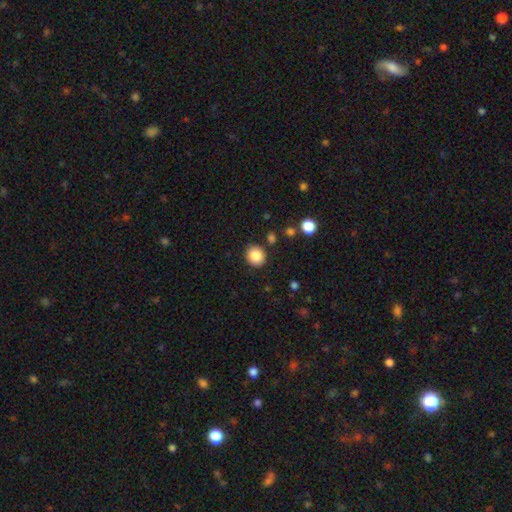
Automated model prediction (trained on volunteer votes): Morphology: type=smooth (86%); roundness=round (82%); merging=none (88%).